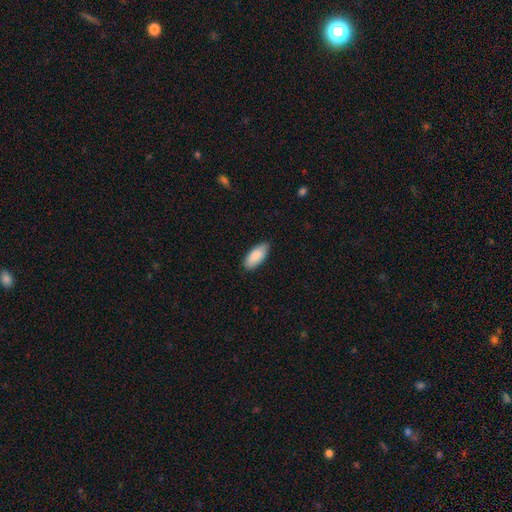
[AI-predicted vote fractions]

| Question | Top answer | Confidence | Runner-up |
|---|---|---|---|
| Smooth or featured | smooth | 89% | featured or disk (6%) |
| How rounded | in between | 87% | cigar-shaped (11%) |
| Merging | none | 84% | minor disturbance (13%) |